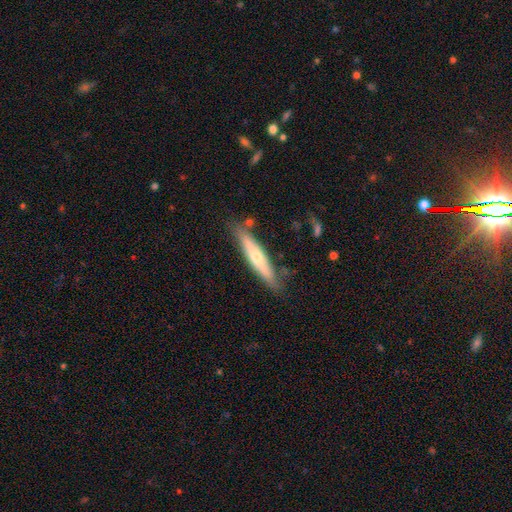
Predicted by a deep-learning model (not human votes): Morphology: type=featured or disk (52%); edge-on=yes (83%); merging=none (81%).